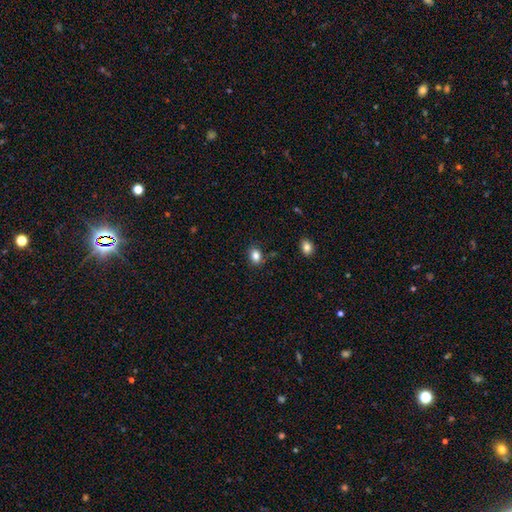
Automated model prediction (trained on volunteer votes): Smooth or featured?
  - smooth: 84% *
  - star or artifact: 10%
  - featured or disk: 6%
How rounded?
  - in between: 62% *
  - round: 37%
  - cigar-shaped: 1%
Merging?
  - none: 83% *
  - minor disturbance: 12%
  - major disturbance: 3%
  - merger: 3%